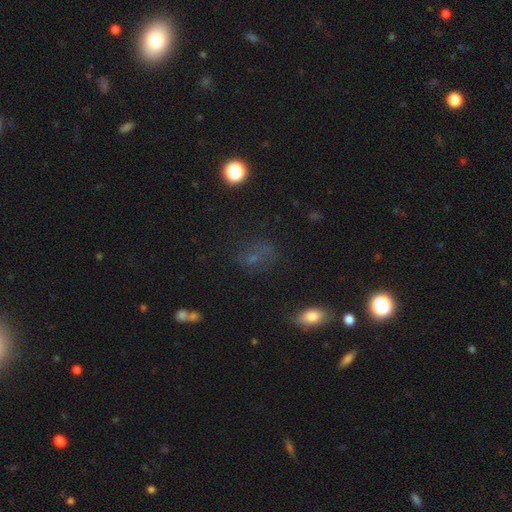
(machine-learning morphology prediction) This appears to be a smooth galaxy with no disk features (48%). Merging: none (59%).